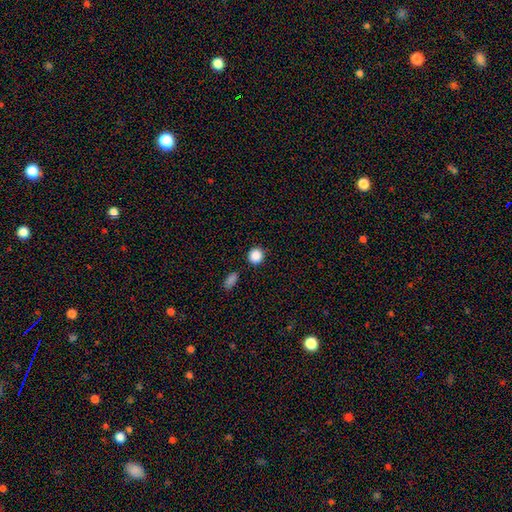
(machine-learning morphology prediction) A smooth galaxy with no disk features (88%) that is round (91%).

Vote fractions:
- Smooth or featured? smooth: 88% / star or artifact: 9% / featured or disk: 3%
- How rounded? round: 91% / in between: 8% / cigar-shaped: 1%
- Merging? none: 88% / minor disturbance: 6% / merger: 4% / major disturbance: 2%